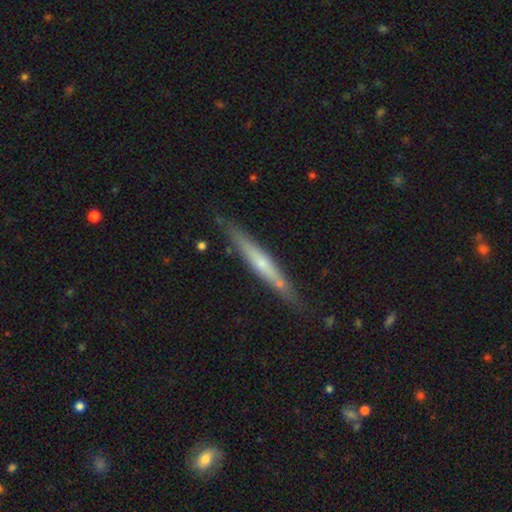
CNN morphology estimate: The model was most divided on "edge-on bulge": rounded: 56%, none: 37%, boxy: 8%. More confident: edge-on disk — yes (96%); merging — none (87%); smooth or featured — featured or disk (67%).